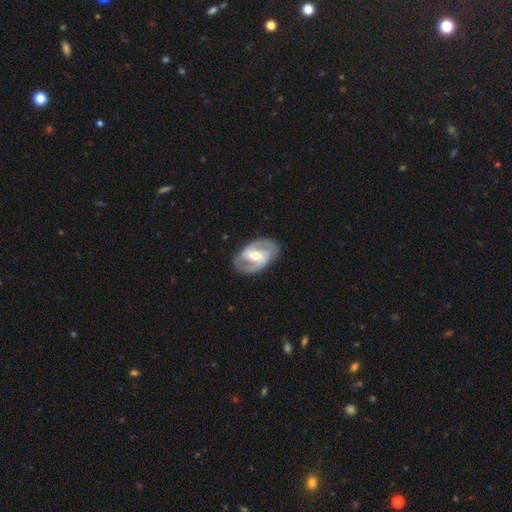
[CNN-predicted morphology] smooth-or-featured: featured or disk: 84% | smooth: 12% | star or artifact: 4%
  disk-edge-on: no: 96% | yes: 4%
    bar: strong: 47% | weak: 39% | no: 14%
    has-spiral-arms: yes: 90% | no: 10%
      spiral-winding: medium: 52% | tight: 30% | loose: 18%
      spiral-arm-count: 2: 90% | can't tell: 5% | 3: 2% | 1: 2% | 4: 1% | more than 4: 1%
    bulge-size: moderate: 57% | small: 37% | large: 4% | none: 1% | dominant: 1%
  merging: none: 83% | minor disturbance: 12% | major disturbance: 4% | merger: 1%